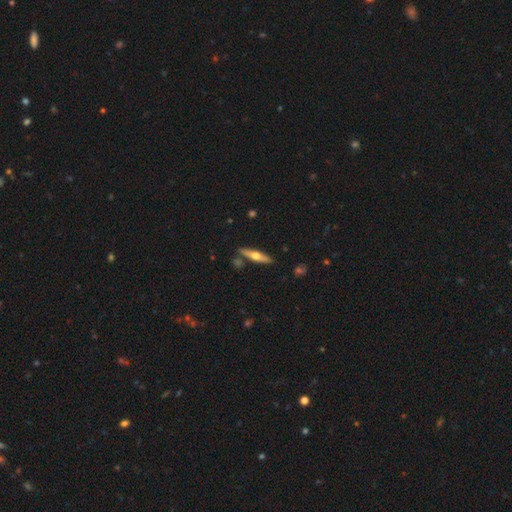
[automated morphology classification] Smooth or featured?
  - featured or disk: 54% *
  - smooth: 40%
  - star or artifact: 6%
Edge-on disk?
  - yes: 92% *
  - no: 8%
Edge-on bulge?
  - rounded: 93% *
  - none: 4%
  - boxy: 3%
Merging?
  - none: 83% *
  - minor disturbance: 10%
  - merger: 5%
  - major disturbance: 2%